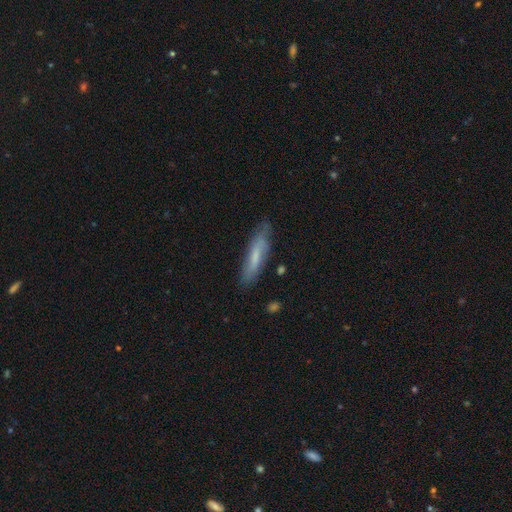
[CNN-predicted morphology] Smooth or featured?
  - smooth: 59% *
  - featured or disk: 34%
  - star or artifact: 7%
How rounded?
  - cigar-shaped: 77% *
  - in between: 21%
  - round: 1%
Merging?
  - none: 72% *
  - minor disturbance: 21%
  - major disturbance: 5%
  - merger: 2%